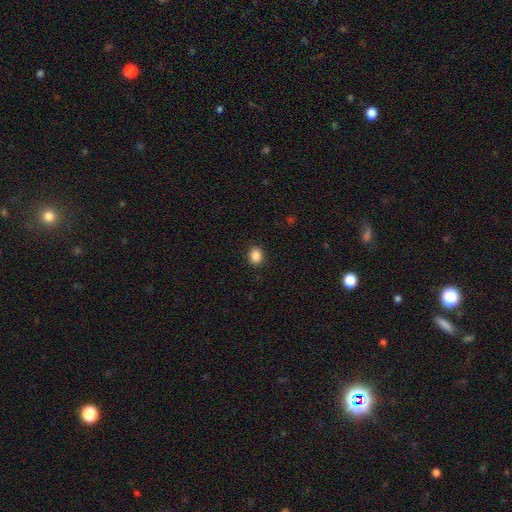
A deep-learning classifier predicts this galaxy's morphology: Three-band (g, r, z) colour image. It shows a smooth galaxy with no disk features (87%) that is round (67%). Merging: none (91%).